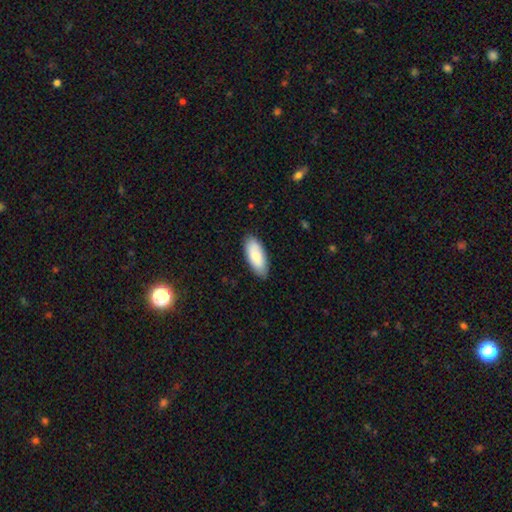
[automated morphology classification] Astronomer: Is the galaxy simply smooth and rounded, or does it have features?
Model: smooth — 80%.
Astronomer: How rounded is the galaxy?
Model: in between — 87%.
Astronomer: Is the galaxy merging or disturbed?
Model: none — 86%.